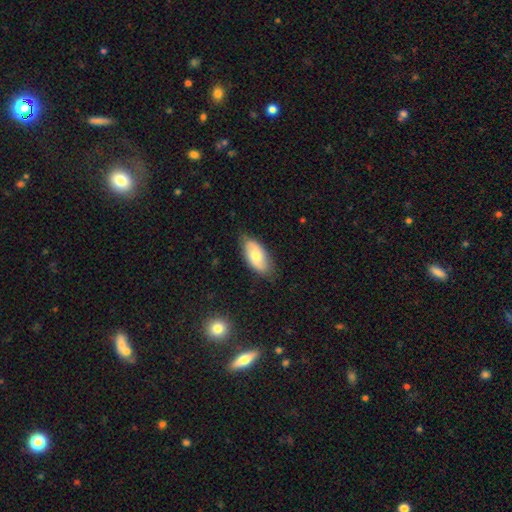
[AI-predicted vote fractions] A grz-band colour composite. It shows a smooth galaxy with no disk features (61%) that is in between round and cigar-shaped (92%). Merging: none (80%).